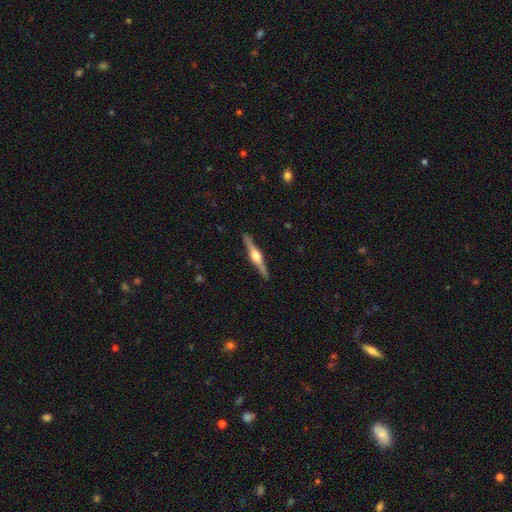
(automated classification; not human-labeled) smooth-or-featured: featured or disk: 80% | smooth: 15% | star or artifact: 5%
  disk-edge-on: yes: 98% | no: 2%
    edge-on-bulge: rounded: 91% | boxy: 7% | none: 2%
  merging: none: 91% | minor disturbance: 6% | major disturbance: 1% | merger: 1%